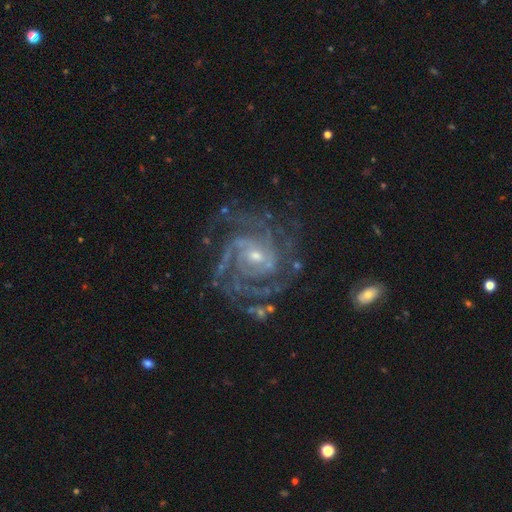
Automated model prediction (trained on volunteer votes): This appears to be a featured or disk galaxy (92%) with no bar (49%), 3 (27%) tight (65%) spiral arms (98%) and a small central bulge (58%). Merging: none (71%).